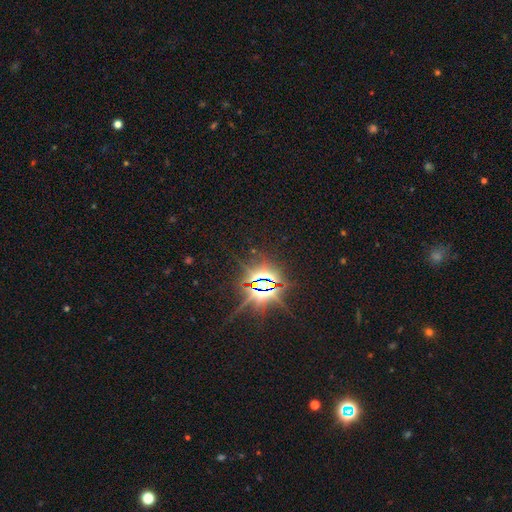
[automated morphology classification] Smooth or featured? Predicted: star or artifact (p=0.86).